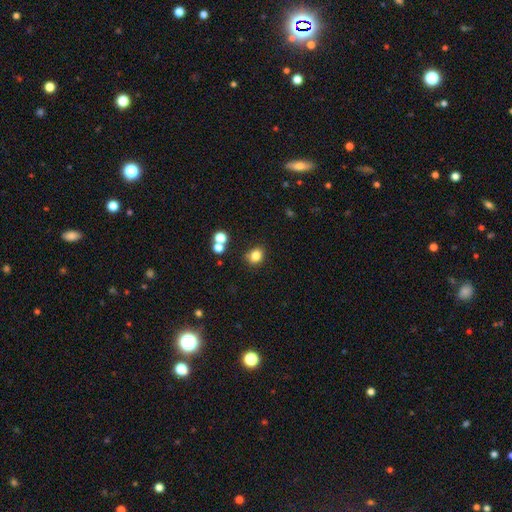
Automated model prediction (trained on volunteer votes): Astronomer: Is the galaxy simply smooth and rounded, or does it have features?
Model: smooth — 81%.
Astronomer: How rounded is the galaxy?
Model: round — 65%.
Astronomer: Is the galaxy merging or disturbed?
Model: none — 80%.